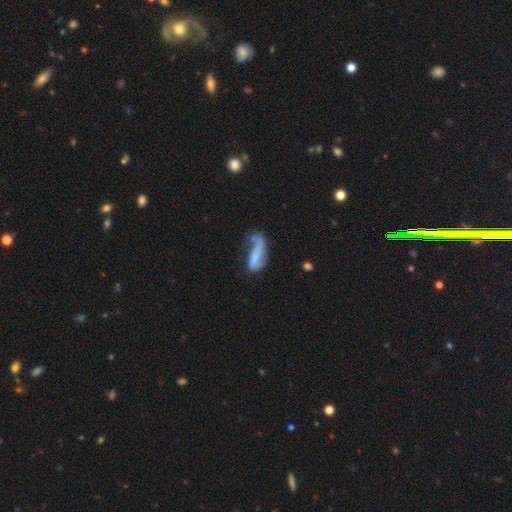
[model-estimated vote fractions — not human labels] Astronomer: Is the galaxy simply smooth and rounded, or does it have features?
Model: featured or disk — 54% (runner-up: smooth, 39%).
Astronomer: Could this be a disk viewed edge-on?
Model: no — 88%.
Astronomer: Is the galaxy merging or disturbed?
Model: major disturbance — 32% (runner-up: none, 31%).